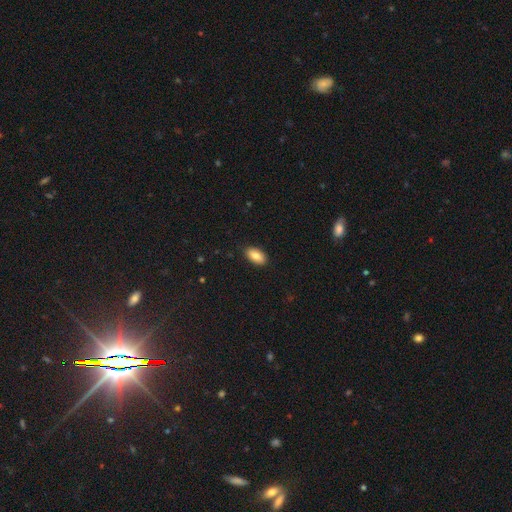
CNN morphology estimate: Smooth or featured? Predicted: smooth (p=0.84). How rounded? Predicted: in between (p=0.93). Merging? Predicted: none (p=0.89).